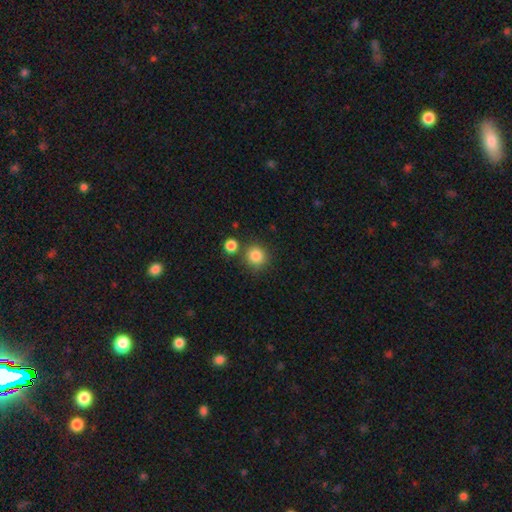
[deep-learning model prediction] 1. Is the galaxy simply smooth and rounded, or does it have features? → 85% smooth, 11% star or artifact, 5% featured or disk.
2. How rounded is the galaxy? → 92% round, 7% in between, 1% cigar-shaped.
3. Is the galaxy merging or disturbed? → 77% none, 11% merger, 9% minor disturbance, 3% major disturbance.